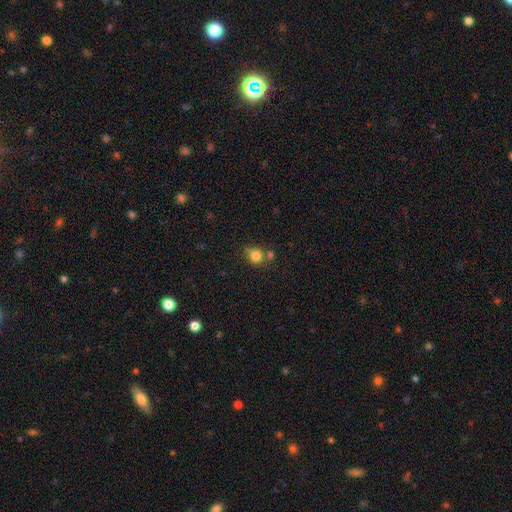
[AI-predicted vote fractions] Overall: smooth (81%). How rounded: round (84%). Merging: none (59%; merger 22%).